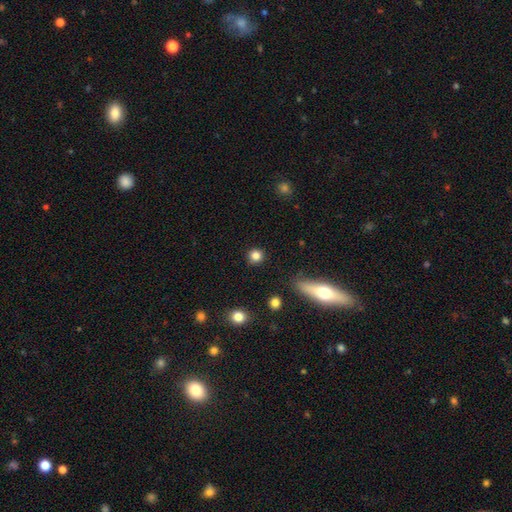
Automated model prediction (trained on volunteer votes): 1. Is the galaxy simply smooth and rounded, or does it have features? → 83% smooth, 11% star or artifact, 5% featured or disk.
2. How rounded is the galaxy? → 92% round, 7% in between, 1% cigar-shaped.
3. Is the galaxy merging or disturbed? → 90% none, 6% minor disturbance, 2% major disturbance, 2% merger.